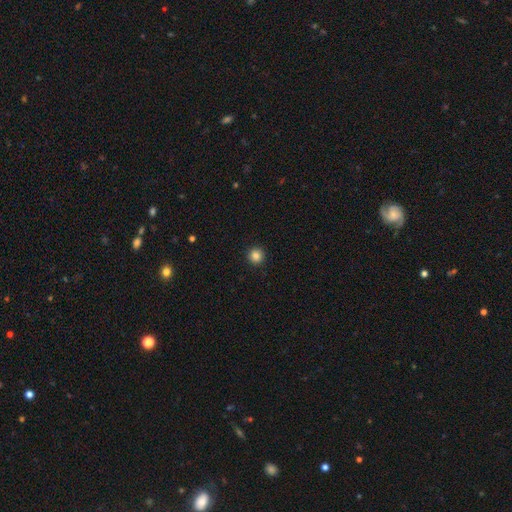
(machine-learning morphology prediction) The model was most divided on "smooth or featured": smooth: 85%, star or artifact: 11%, featured or disk: 4%. More confident: how rounded — round (95%); merging — none (93%).